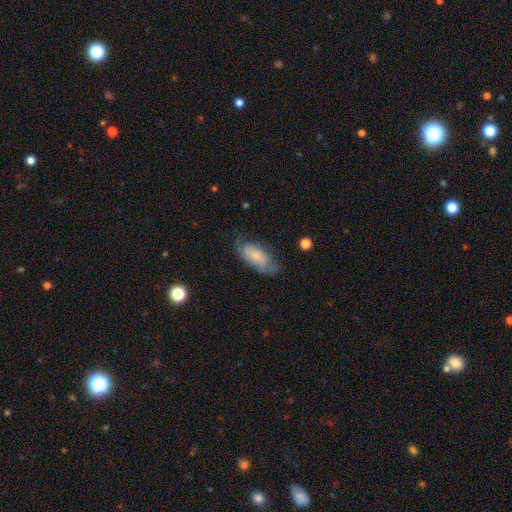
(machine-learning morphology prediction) Smooth or featured? Predicted: smooth (p=0.67). How rounded? Predicted: in between (p=0.88). Merging? Predicted: none (p=0.58).